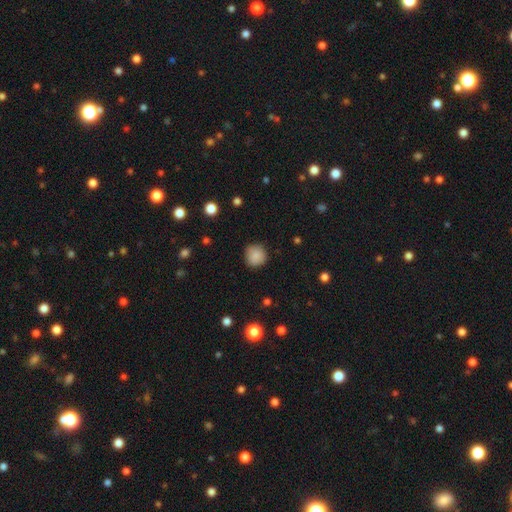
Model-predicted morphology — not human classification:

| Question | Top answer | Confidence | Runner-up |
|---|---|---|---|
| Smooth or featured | smooth | 87% | star or artifact (9%) |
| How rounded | round | 93% | in between (6%) |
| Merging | none | 87% | minor disturbance (10%) |